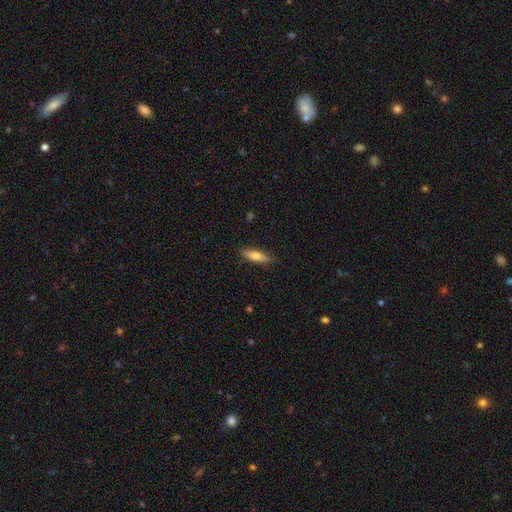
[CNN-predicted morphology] A smooth galaxy with no disk features (66%) that is cigar-shaped (64%).

Vote fractions:
- Smooth or featured? smooth: 66% / featured or disk: 28% / star or artifact: 6%
- How rounded? cigar-shaped: 64% / in between: 34% / round: 2%
- Merging? none: 87% / minor disturbance: 10% / major disturbance: 2% / merger: 1%